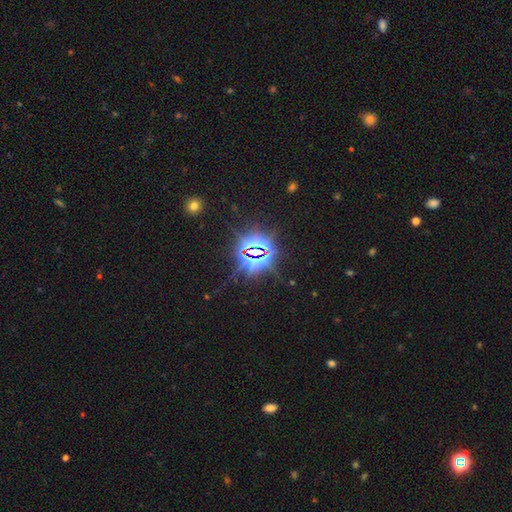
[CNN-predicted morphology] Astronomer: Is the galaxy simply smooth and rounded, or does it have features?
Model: star or artifact — 84%.